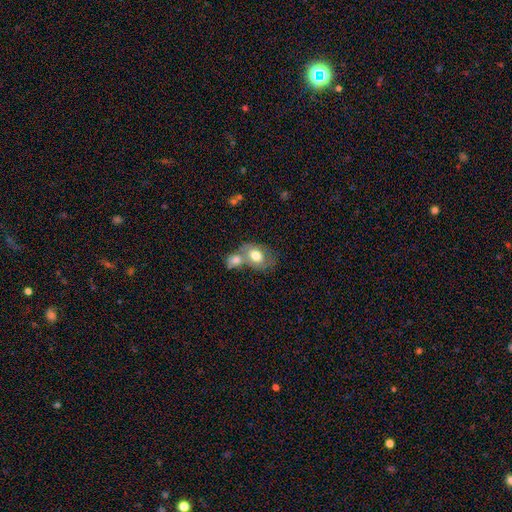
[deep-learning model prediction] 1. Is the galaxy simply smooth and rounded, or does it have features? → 69% smooth, 24% featured or disk, 7% star or artifact.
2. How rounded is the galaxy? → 70% in between, 29% round, 1% cigar-shaped.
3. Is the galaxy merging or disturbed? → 55% merger, 28% none, 11% minor disturbance, 6% major disturbance.